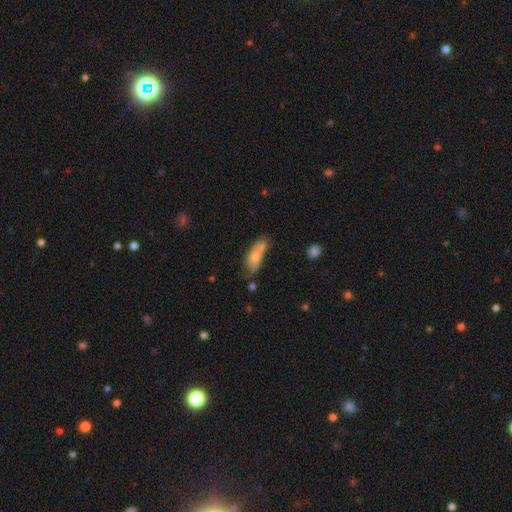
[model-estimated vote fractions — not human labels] A smooth galaxy with no disk features (67%) that is in between round and cigar-shaped (70%).

Vote fractions:
- Smooth or featured? smooth: 67% / featured or disk: 25% / star or artifact: 7%
- How rounded? in between: 70% / cigar-shaped: 27% / round: 3%
- Merging? none: 40% / minor disturbance: 32% / merger: 15% / major disturbance: 14%